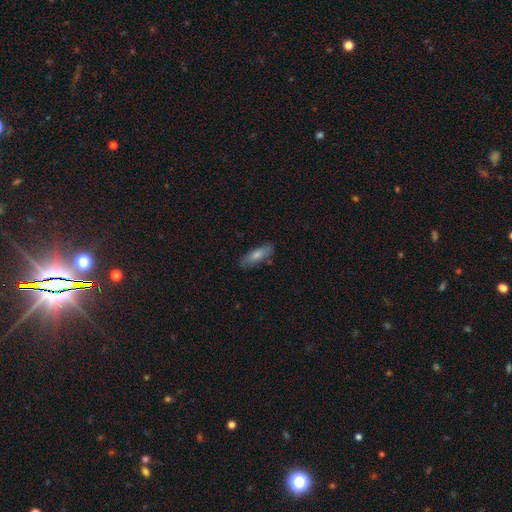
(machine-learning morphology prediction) Smooth or featured? smooth (69%)
How rounded? cigar-shaped (52%)
Merging? none (83%)